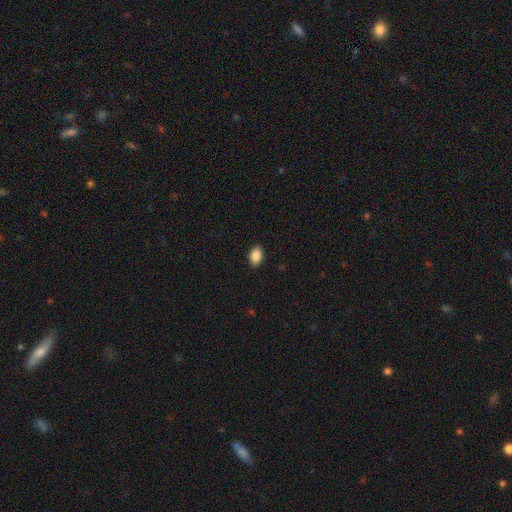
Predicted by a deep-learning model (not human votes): Smooth or featured?
  - smooth: 87% *
  - star or artifact: 8%
  - featured or disk: 5%
How rounded?
  - in between: 87% *
  - round: 12%
  - cigar-shaped: 1%
Merging?
  - none: 89% *
  - minor disturbance: 8%
  - major disturbance: 2%
  - merger: 1%